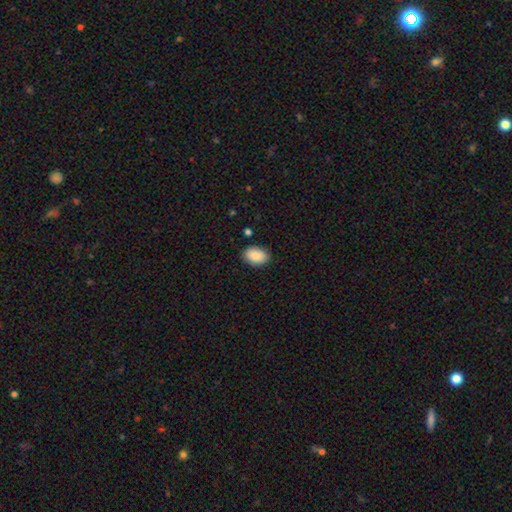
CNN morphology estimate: smooth-or-featured: smooth: 88% | star or artifact: 7% | featured or disk: 5%
  how-rounded: in between: 87% | round: 12% | cigar-shaped: 1%
  merging: none: 85% | minor disturbance: 11% | major disturbance: 2% | merger: 1%